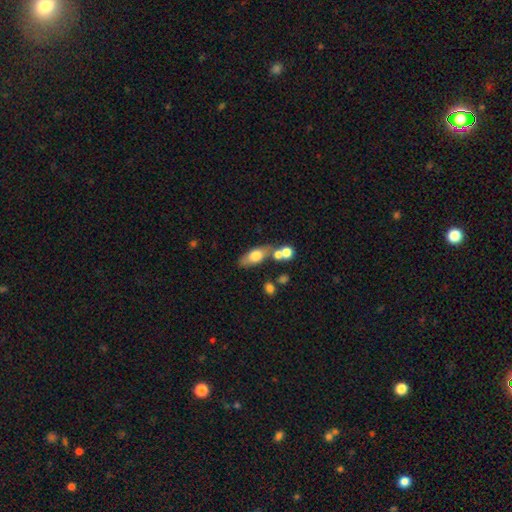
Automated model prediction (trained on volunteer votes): smooth_or_featured: smooth (p=0.64) [alt: featured or disk p=0.28]
how_rounded: in between (p=0.70) [alt: cigar-shaped p=0.22]
merging: none (p=0.59) [alt: merger p=0.22]